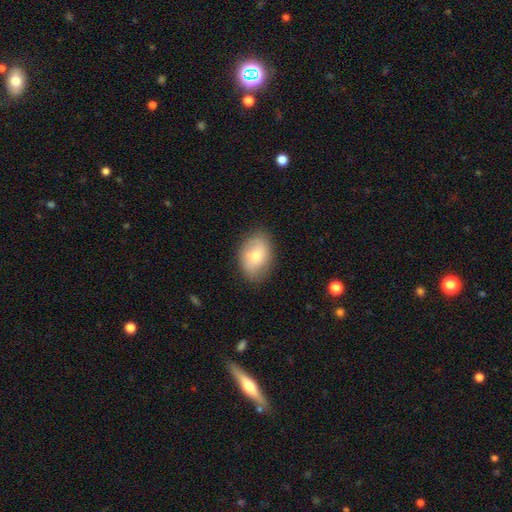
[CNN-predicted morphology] A smooth galaxy with no disk features (66%) that is in between round and cigar-shaped (79%). Merging: none (78%).